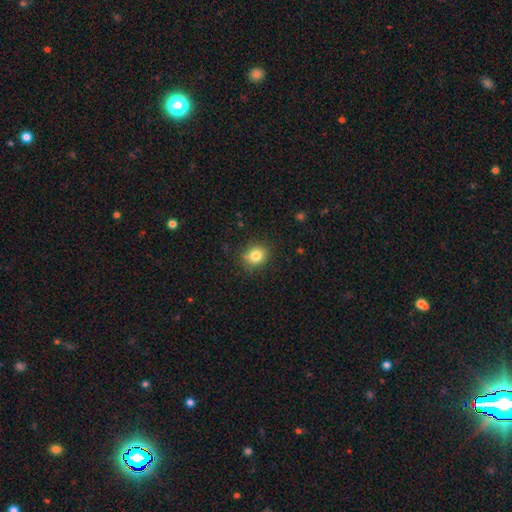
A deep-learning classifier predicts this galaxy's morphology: smooth 82%, star or artifact 11%, featured or disk 7%. Down the decision tree: how rounded — round (68%); merging — none (85%).